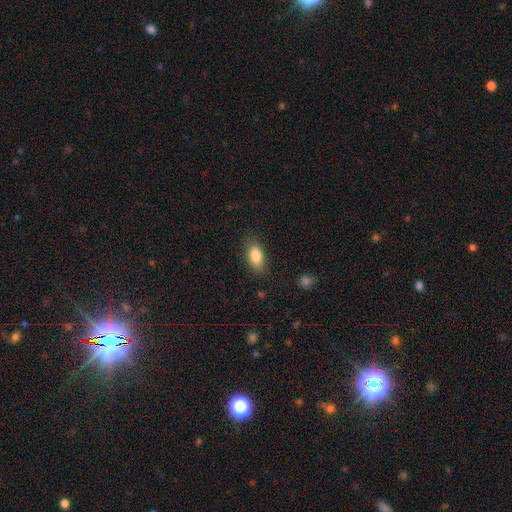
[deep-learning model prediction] smooth_or_featured: smooth (p=0.83) [alt: featured or disk p=0.09]
how_rounded: in between (p=0.86) [alt: cigar-shaped p=0.08]
merging: none (p=0.83) [alt: minor disturbance p=0.13]